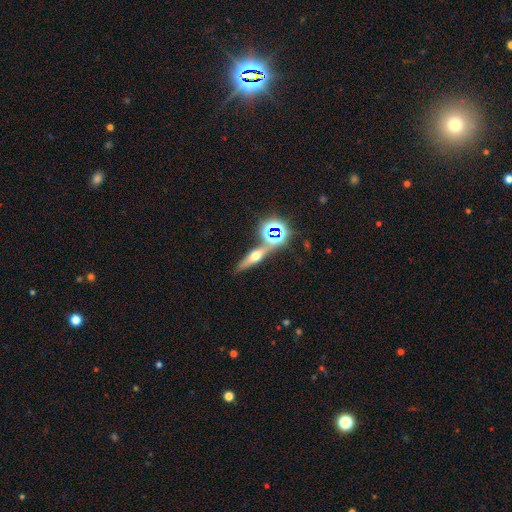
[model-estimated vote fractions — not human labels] featured or disk 44%, smooth 34%, star or artifact 22%. Down the decision tree: merging — none (73%).